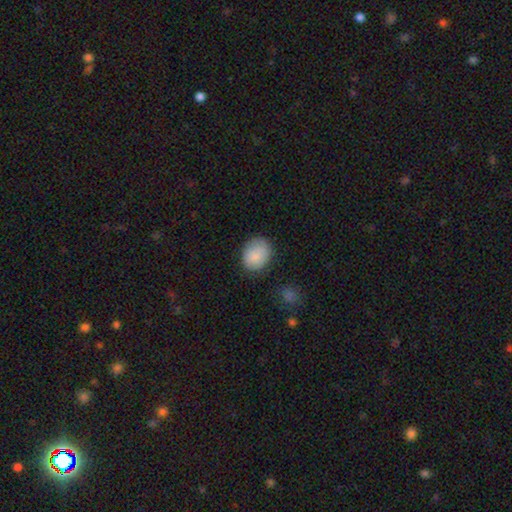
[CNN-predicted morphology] smooth-or-featured: smooth: 85% | featured or disk: 8% | star or artifact: 7%
  how-rounded: round: 52% | in between: 47% | cigar-shaped: 1%
  merging: none: 75% | minor disturbance: 18% | major disturbance: 4% | merger: 2%